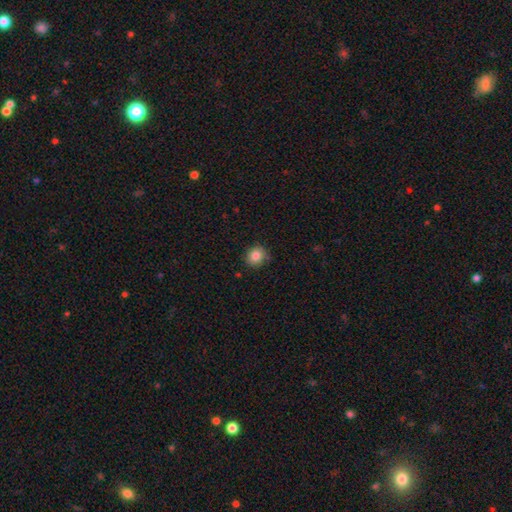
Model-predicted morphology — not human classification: Overall: smooth (85%). How rounded: round (82%). Merging: none (82%).